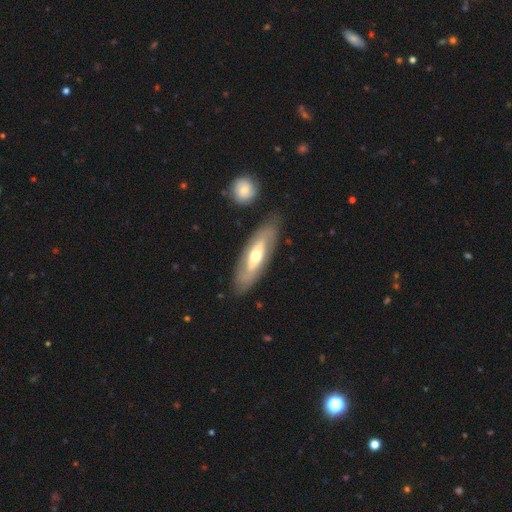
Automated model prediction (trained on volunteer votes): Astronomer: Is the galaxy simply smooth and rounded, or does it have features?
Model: featured or disk — 56% (runner-up: smooth, 39%).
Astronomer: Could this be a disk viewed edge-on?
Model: no — 73%.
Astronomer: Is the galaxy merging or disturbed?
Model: none — 83%.